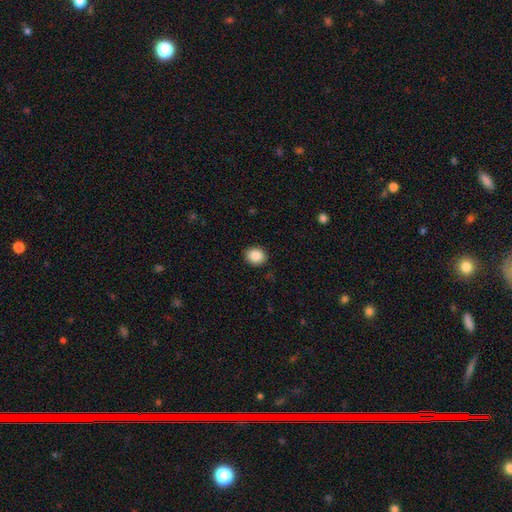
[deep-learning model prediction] Smooth or featured? Predicted: smooth (p=0.89). How rounded? Predicted: round (p=0.61). Merging? Predicted: none (p=0.90).